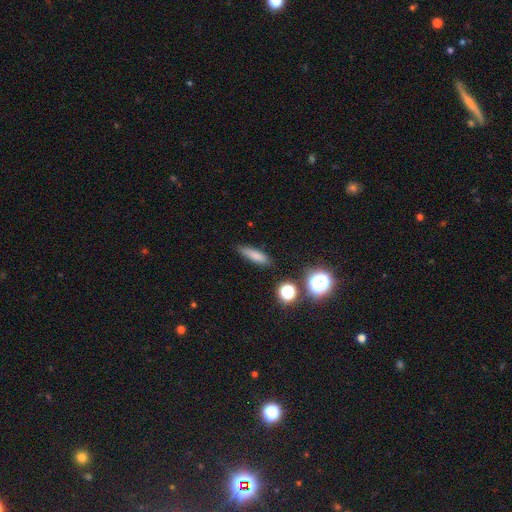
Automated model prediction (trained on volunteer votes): Smooth or featured?
  - smooth: 74% *
  - featured or disk: 13%
  - star or artifact: 13%
How rounded?
  - cigar-shaped: 66% *
  - in between: 28%
  - round: 6%
Merging?
  - none: 83% *
  - minor disturbance: 12%
  - major disturbance: 3%
  - merger: 2%